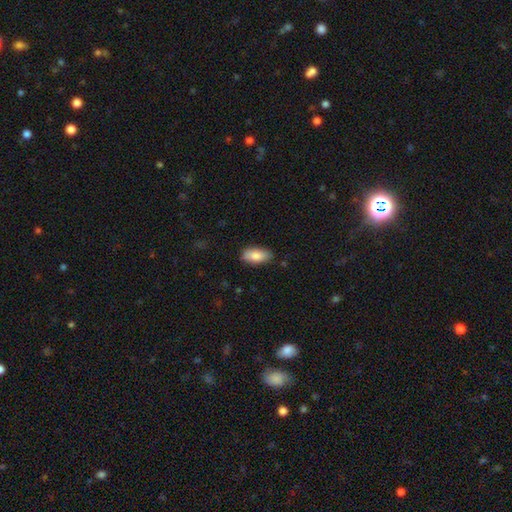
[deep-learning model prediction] Smooth or featured?
  - smooth: 84% *
  - featured or disk: 10%
  - star or artifact: 6%
How rounded?
  - in between: 90% *
  - cigar-shaped: 8%
  - round: 3%
Merging?
  - none: 82% *
  - minor disturbance: 14%
  - major disturbance: 3%
  - merger: 1%